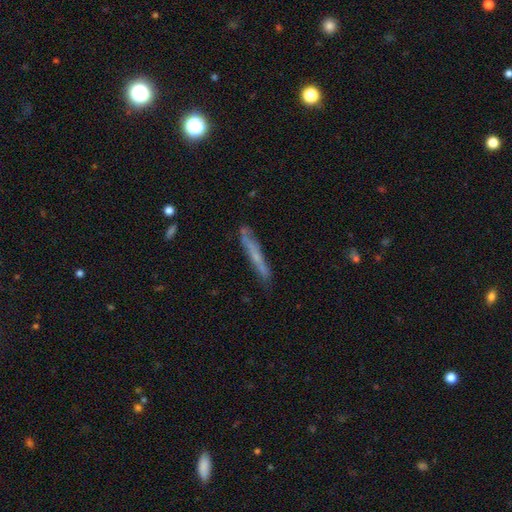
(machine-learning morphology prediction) smooth-or-featured: featured or disk: 48% | smooth: 45% | star or artifact: 7%
  merging: none: 78% | minor disturbance: 16% | major disturbance: 3% | merger: 2%